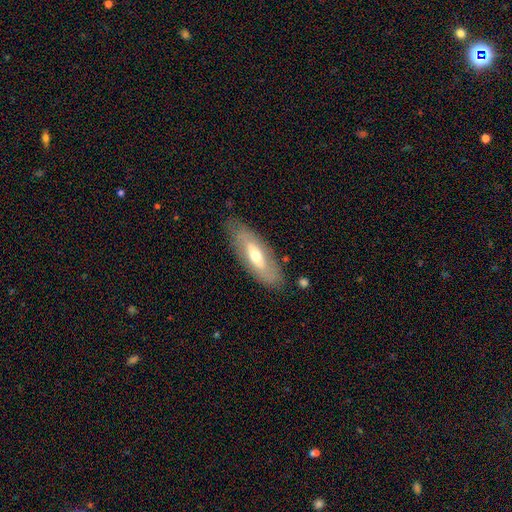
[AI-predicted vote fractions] This is possibly a featured or disk galaxy (48%). Merging: likely none (79%).